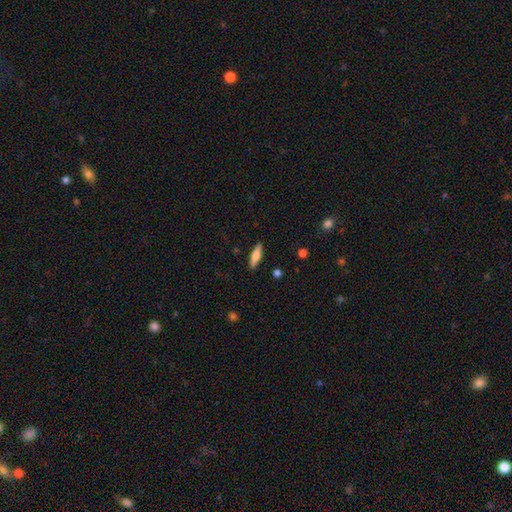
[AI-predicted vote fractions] smooth 61%, featured or disk 33%, star or artifact 6%. Down the decision tree: how rounded — cigar-shaped (58%); merging — none (89%).